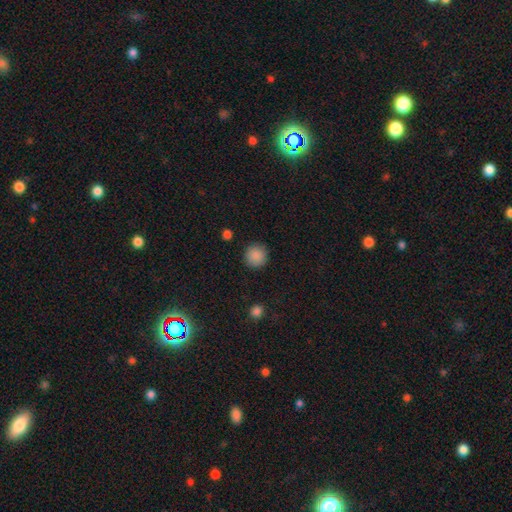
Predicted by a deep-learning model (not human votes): Smooth or featured? smooth (89%)
How rounded? round (94%)
Merging? none (90%)